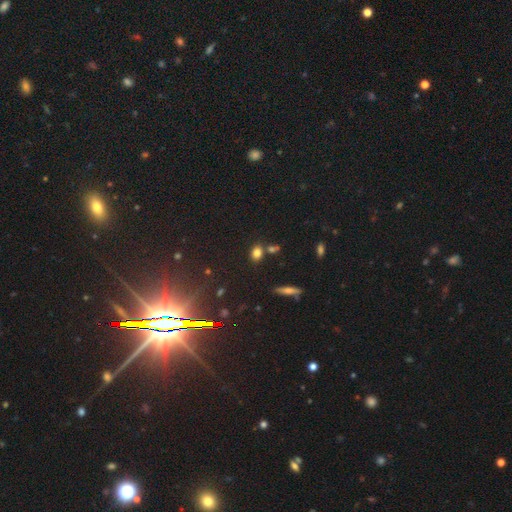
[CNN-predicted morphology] Smooth or featured: star or artifact — 65% (smooth — 19%)